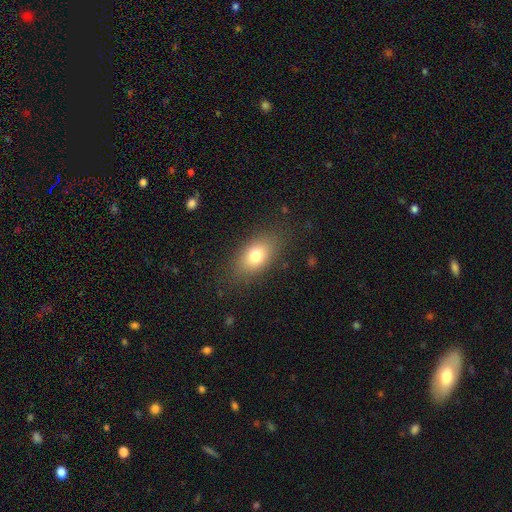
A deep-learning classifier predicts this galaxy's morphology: This appears to be a smooth galaxy with no disk features (76%) that is in between round and cigar-shaped (84%). Merging: none (83%).